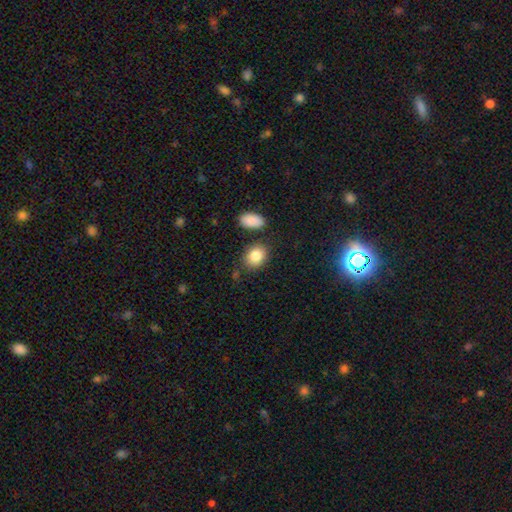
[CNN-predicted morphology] Overall: smooth (85%). How rounded: in between (57%; round 42%). Merging: none (77%).